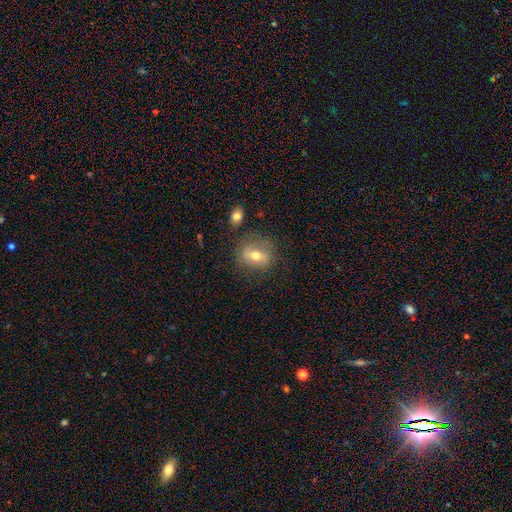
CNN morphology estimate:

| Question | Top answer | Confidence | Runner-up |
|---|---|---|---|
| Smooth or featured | smooth | 48% | featured or disk (42%) |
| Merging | none | 74% | minor disturbance (16%) |